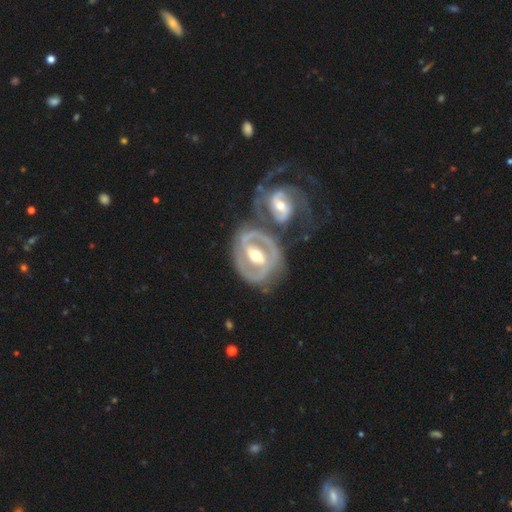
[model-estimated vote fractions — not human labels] Overall: featured or disk (83%). Edge-on disk: no (96%). Bar: strong (57%; weak 29%). Spiral arms: yes (70%). Spiral arm count: 2 (74%). Spiral winding: tight (44%; medium 41%). Bulge size: moderate (76%). Merging: merger (39%; none 38%).